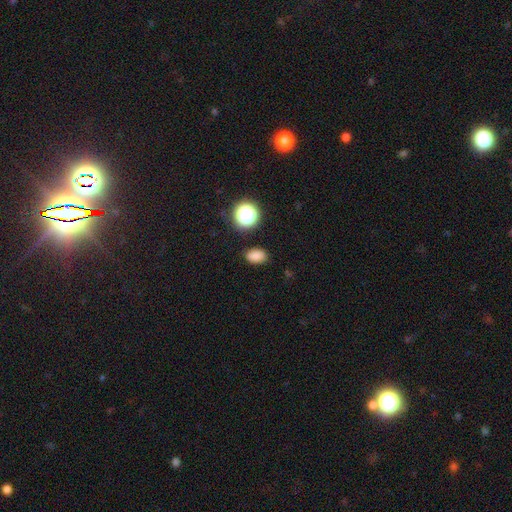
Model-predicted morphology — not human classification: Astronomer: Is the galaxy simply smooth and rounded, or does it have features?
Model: smooth — 82%.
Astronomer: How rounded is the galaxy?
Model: in between — 81%.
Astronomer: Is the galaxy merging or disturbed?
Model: none — 86%.